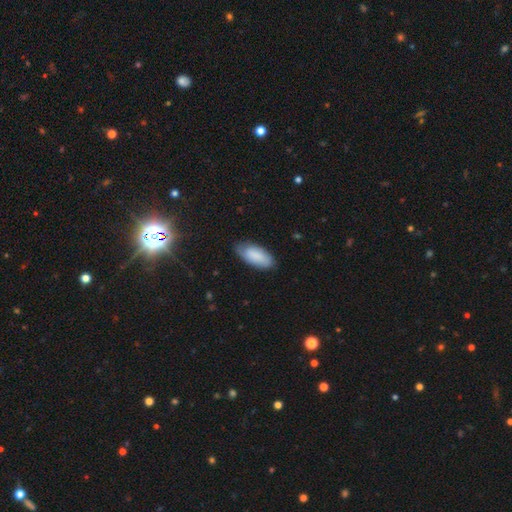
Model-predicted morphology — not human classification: smooth 85%, featured or disk 10%, star or artifact 6%. Down the decision tree: how rounded — in between (89%); merging — none (77%).